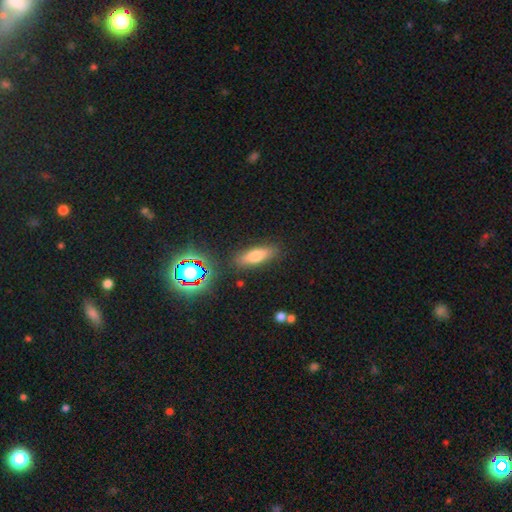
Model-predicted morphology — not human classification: Smooth or featured: smooth — 70% (featured or disk — 18%)
How rounded: in between — 57% (cigar-shaped — 40%)
Merging: none — 84% (minor disturbance — 10%)